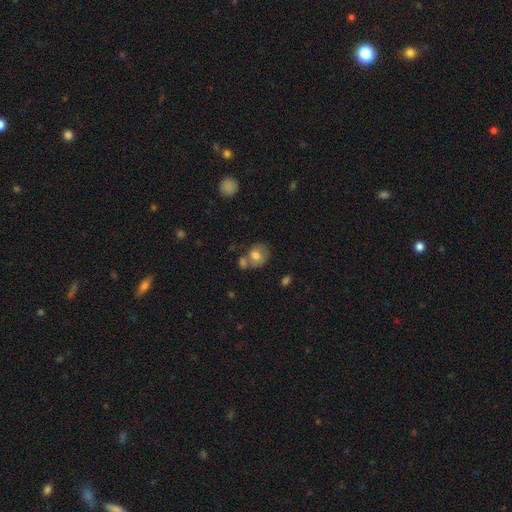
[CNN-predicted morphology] Overall: smooth (70%). How rounded: round (62%; in between 37%). Merging: none (46%; merger 30%).